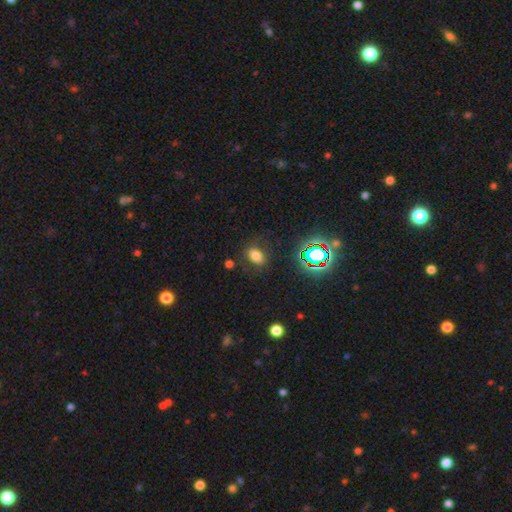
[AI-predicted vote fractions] smooth-or-featured: smooth: 69% | star or artifact: 20% | featured or disk: 11%
  how-rounded: in between: 75% | round: 23% | cigar-shaped: 2%
  merging: none: 79% | minor disturbance: 13% | major disturbance: 6% | merger: 2%